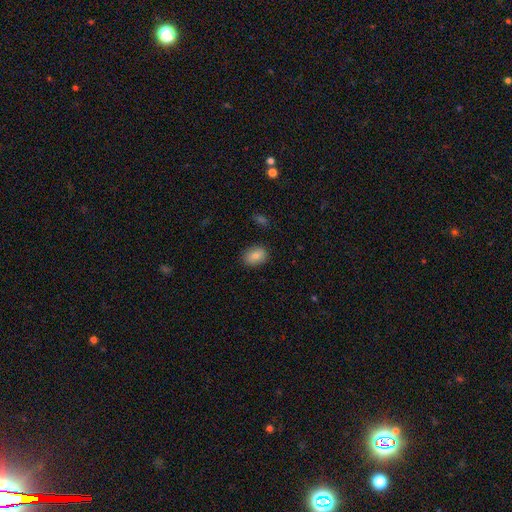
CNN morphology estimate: Smooth or featured?
  - smooth: 84% *
  - featured or disk: 8%
  - star or artifact: 8%
How rounded?
  - in between: 74% *
  - round: 25%
  - cigar-shaped: 1%
Merging?
  - none: 86% *
  - minor disturbance: 10%
  - major disturbance: 2%
  - merger: 1%